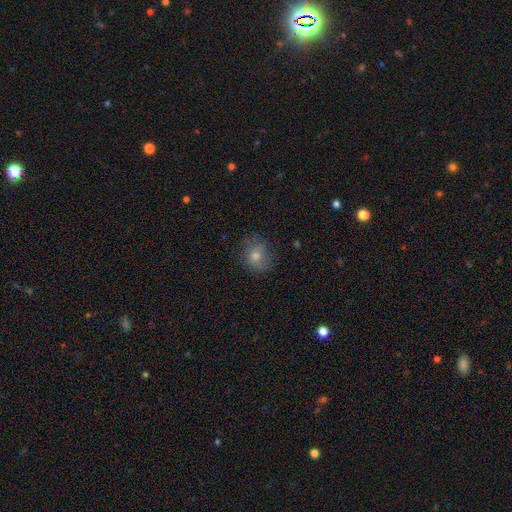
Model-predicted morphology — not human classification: smooth 64%, featured or disk 21%, star or artifact 14%. Down the decision tree: how rounded — round (67%); merging — none (72%).